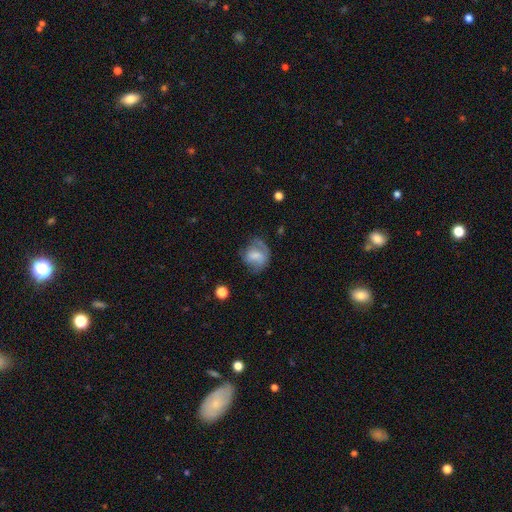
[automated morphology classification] Smooth or featured? smooth (60%)
How rounded? round (54%)
Merging? none (43%)